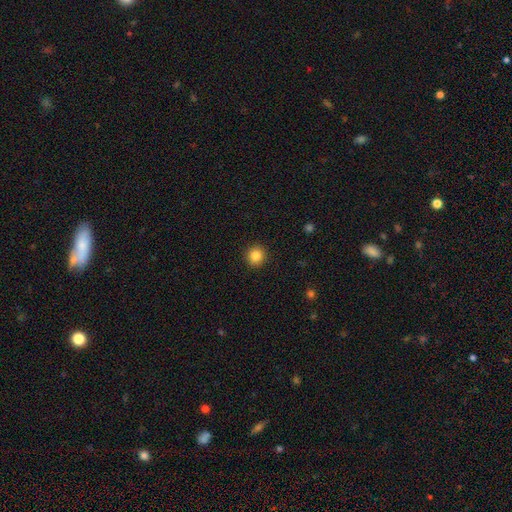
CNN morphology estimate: Q: Smooth or featured?
A: smooth (85%); runner-up: star or artifact (10%)
Q: How rounded?
A: round (93%); runner-up: in between (6%)
Q: Merging?
A: none (92%); runner-up: minor disturbance (5%)